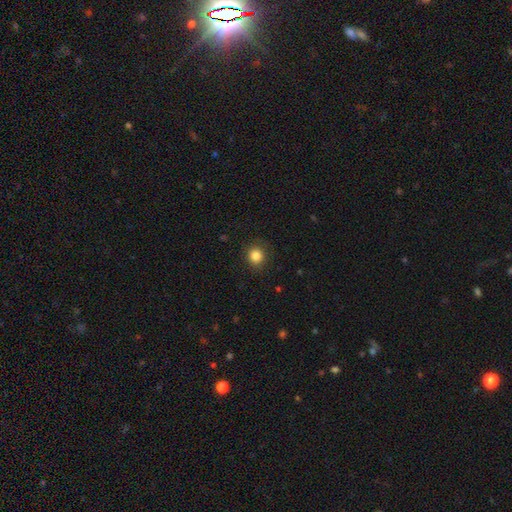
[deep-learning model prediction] smooth_or_featured: smooth (p=0.85) [alt: star or artifact p=0.11]
how_rounded: round (p=0.88) [alt: in between p=0.11]
merging: none (p=0.88) [alt: minor disturbance p=0.08]